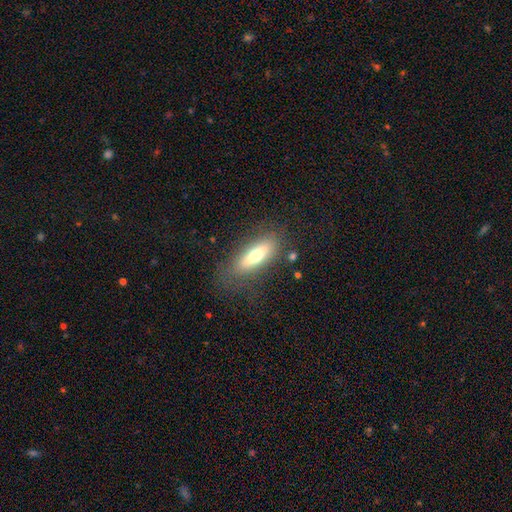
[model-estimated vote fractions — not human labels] Smooth or featured?
  - smooth: 60% *
  - featured or disk: 32%
  - star or artifact: 8%
How rounded?
  - in between: 58% *
  - cigar-shaped: 39%
  - round: 3%
Merging?
  - none: 77% *
  - minor disturbance: 14%
  - major disturbance: 7%
  - merger: 2%